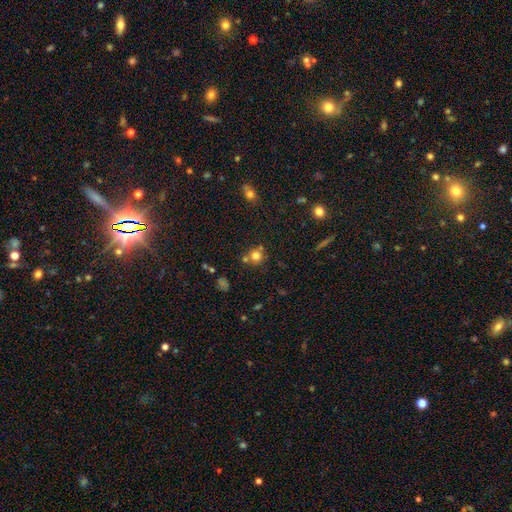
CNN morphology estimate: Smooth or featured: smooth — 76% (star or artifact — 16%)
How rounded: round — 90% (in between — 9%)
Merging: none — 63% (merger — 23%)